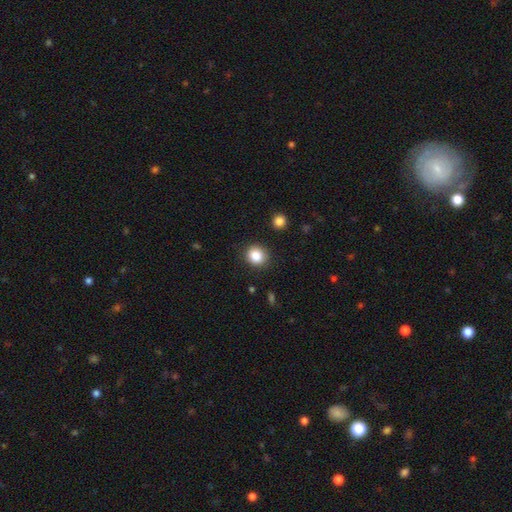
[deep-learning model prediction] Smooth or featured? smooth (86%)
How rounded? round (80%)
Merging? none (86%)